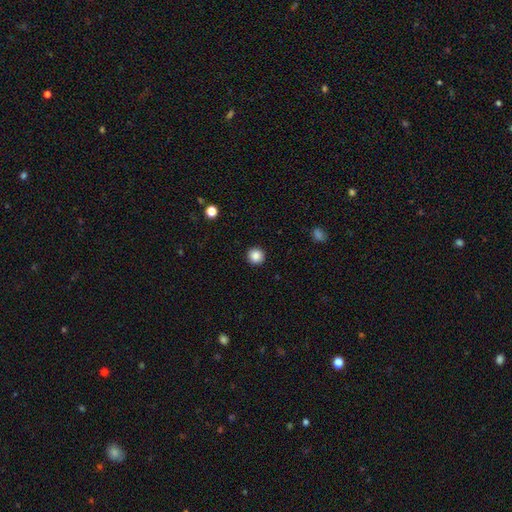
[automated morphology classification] This appears to be a smooth galaxy with no disk features (87%) that is round (94%). Merging: none (92%).